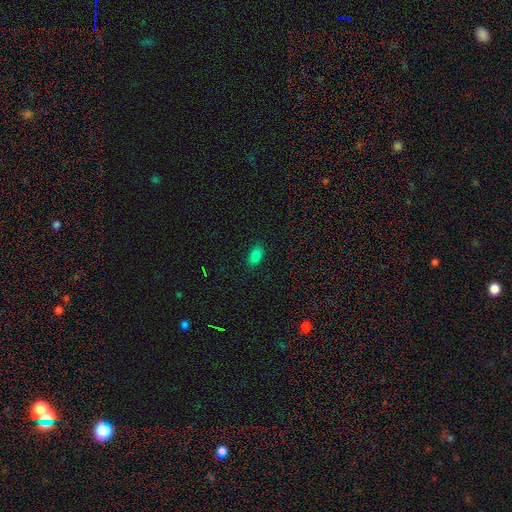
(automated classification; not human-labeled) The model was most divided on "smooth or featured": smooth: 82%, star or artifact: 13%, featured or disk: 5%. More confident: how rounded — in between (90%); merging — none (85%).